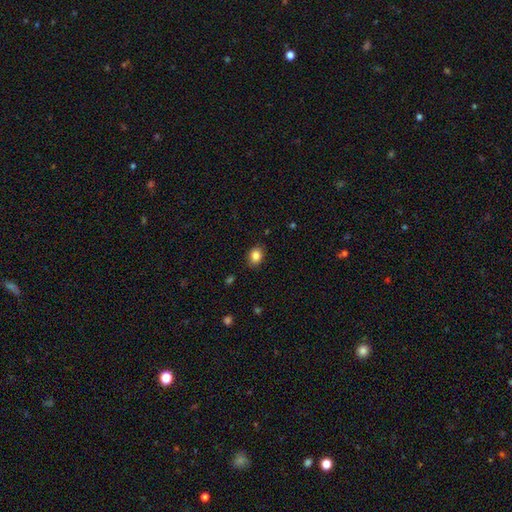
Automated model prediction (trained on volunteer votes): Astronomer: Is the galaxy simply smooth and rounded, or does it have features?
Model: smooth — 86%.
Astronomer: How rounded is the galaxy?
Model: in between — 56% (runner-up: round, 43%).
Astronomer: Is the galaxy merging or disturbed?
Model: none — 85%.